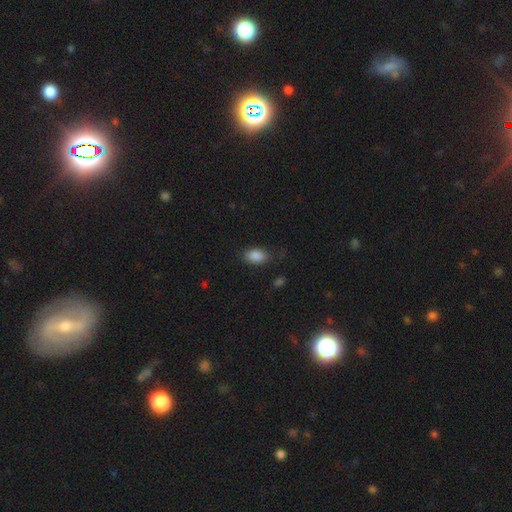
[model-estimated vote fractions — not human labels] This appears to be a smooth galaxy with no disk features (87%) that is in between round and cigar-shaped (90%). Merging: none (78%).